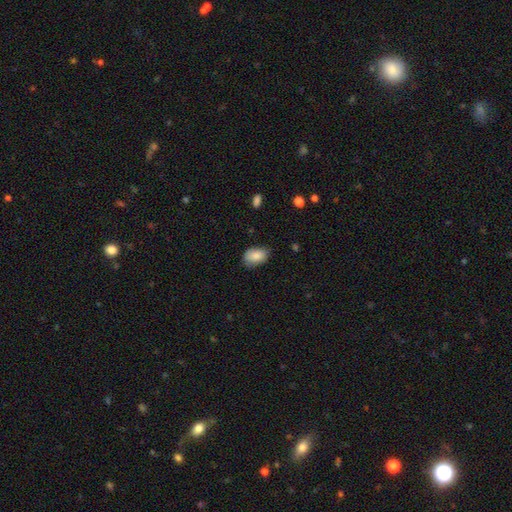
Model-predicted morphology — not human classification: type=smooth (86%); roundness=in between (88%); merging=none (72%).